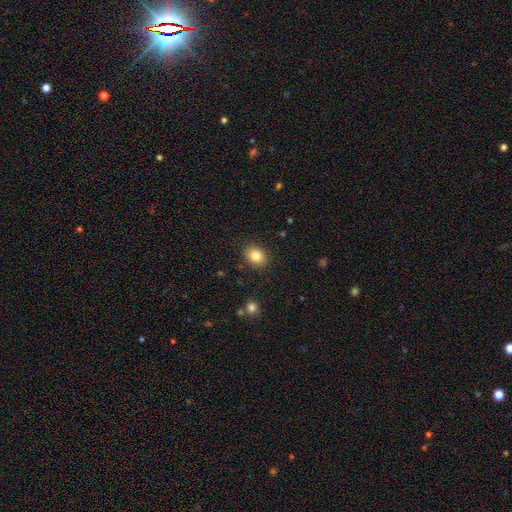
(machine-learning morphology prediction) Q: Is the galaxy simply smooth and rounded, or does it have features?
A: smooth — 84%.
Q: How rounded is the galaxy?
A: in between — 53%.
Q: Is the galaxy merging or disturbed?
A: none — 89%.